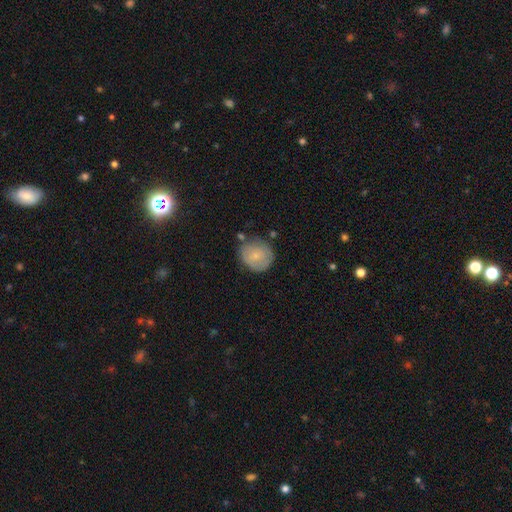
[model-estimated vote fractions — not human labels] A smooth galaxy with no disk features (69%) that is round (83%).

Vote fractions:
- Smooth or featured? smooth: 69% / featured or disk: 24% / star or artifact: 7%
- How rounded? round: 83% / in between: 16% / cigar-shaped: 1%
- Merging? none: 66% / minor disturbance: 22% / major disturbance: 6% / merger: 6%